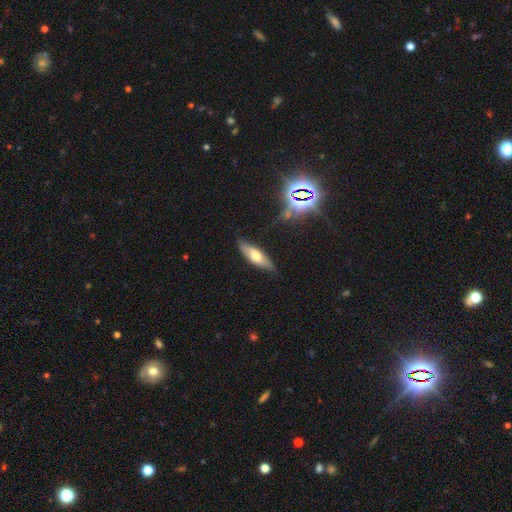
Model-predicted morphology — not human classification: Smooth or featured? Predicted: smooth (p=0.57). How rounded? Predicted: in between (p=0.50). Merging? Predicted: none (p=0.79).